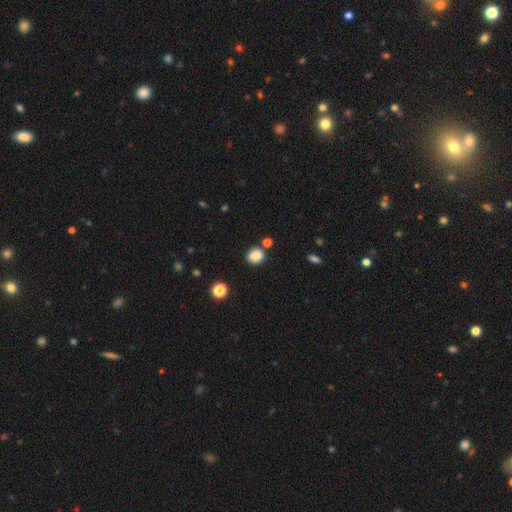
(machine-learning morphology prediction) The model was most divided on "how rounded": round: 67%, in between: 32%, cigar-shaped: 1%. More confident: smooth or featured — smooth (85%); merging — none (78%).